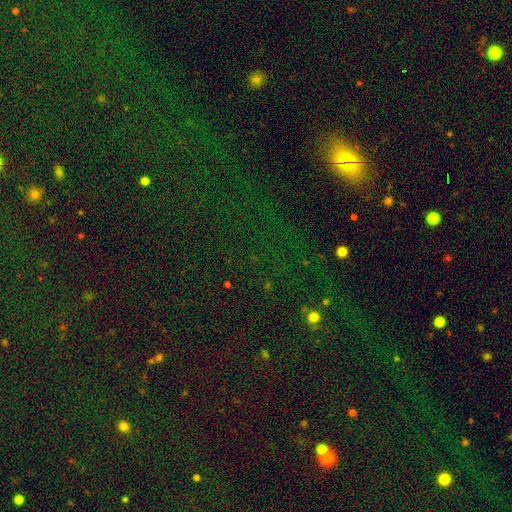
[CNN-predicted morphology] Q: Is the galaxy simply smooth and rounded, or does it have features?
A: star or artifact — 56%.